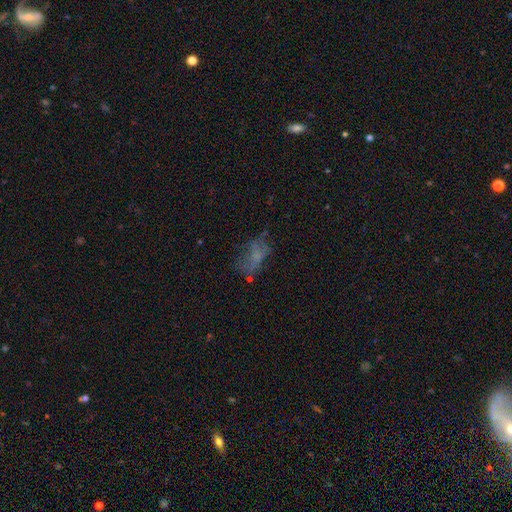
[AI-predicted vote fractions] smooth-or-featured: smooth: 42% | featured or disk: 37% | star or artifact: 21%
  merging: none: 45% | major disturbance: 29% | minor disturbance: 21% | merger: 5%